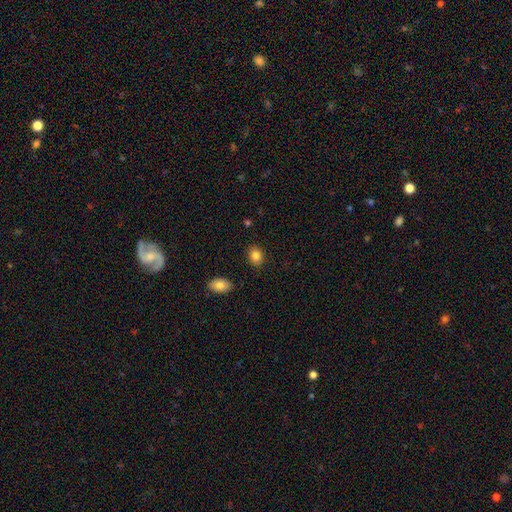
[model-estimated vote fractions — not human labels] Smooth or featured? Predicted: smooth (p=0.84). How rounded? Predicted: in between (p=0.55). Merging? Predicted: none (p=0.87).